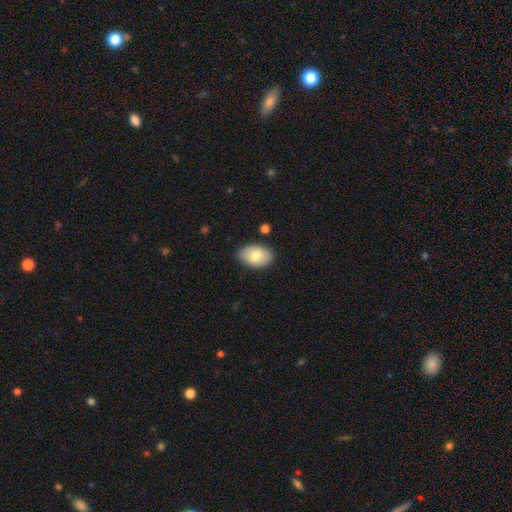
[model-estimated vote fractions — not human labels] Smooth or featured? Predicted: smooth (p=0.78). How rounded? Predicted: in between (p=0.88). Merging? Predicted: none (p=0.86).